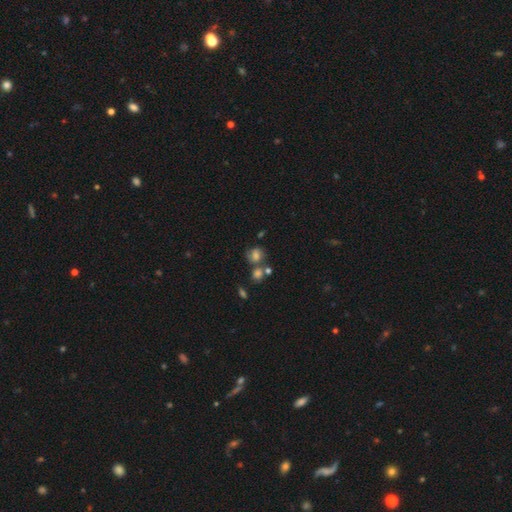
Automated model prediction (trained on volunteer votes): The model was most divided on "merging": none: 50%, merger: 25%, minor disturbance: 16%, major disturbance: 9%. More confident: how rounded — round (64%); smooth or featured — smooth (60%).